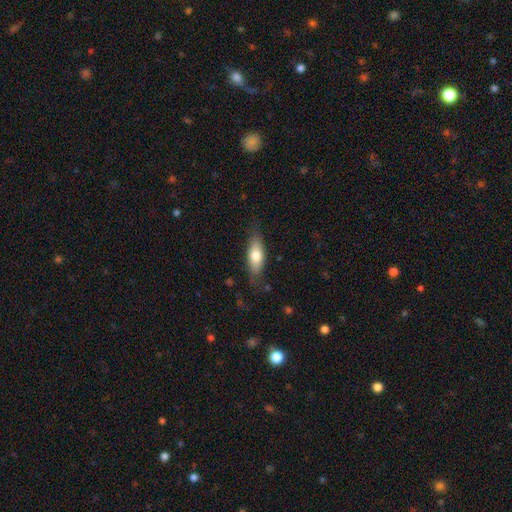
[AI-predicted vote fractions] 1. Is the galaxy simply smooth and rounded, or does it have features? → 71% smooth, 23% featured or disk, 6% star or artifact.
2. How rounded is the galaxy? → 69% in between, 28% cigar-shaped, 3% round.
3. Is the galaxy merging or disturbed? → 76% none, 18% minor disturbance, 4% major disturbance, 1% merger.